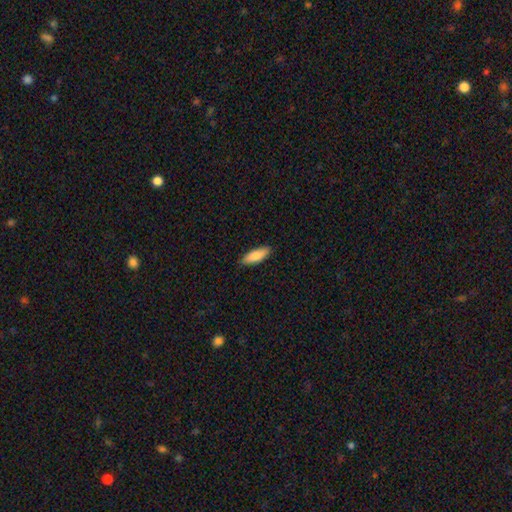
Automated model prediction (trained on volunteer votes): Smooth or featured: smooth — 86% (featured or disk — 8%)
How rounded: in between — 60% (cigar-shaped — 39%)
Merging: none — 87% (minor disturbance — 10%)